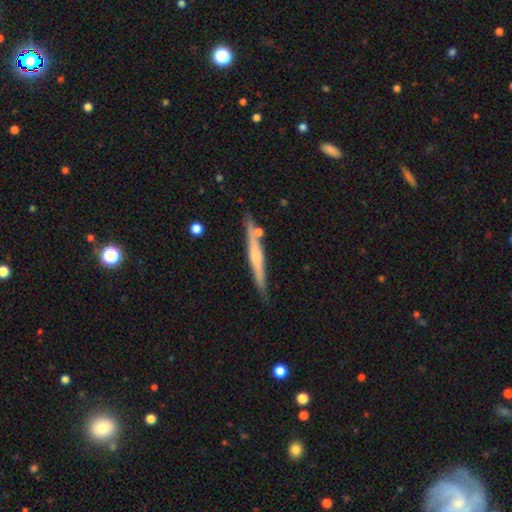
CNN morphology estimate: A featured or disk galaxy (56%) viewed edge-on (96%) with a rounded central bulge (46%).

Vote fractions:
- Smooth or featured? featured or disk: 56% / smooth: 38% / star or artifact: 6%
- Edge-on disk? yes: 96% / no: 4%
- Edge-on bulge? rounded: 46% / none: 39% / boxy: 16%
- Merging? none: 81% / minor disturbance: 12% / merger: 5% / major disturbance: 2%